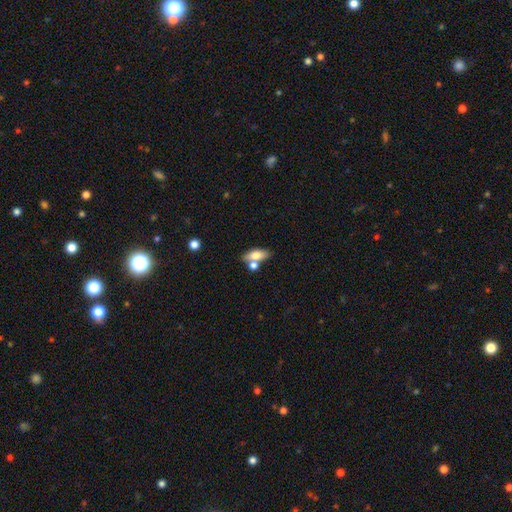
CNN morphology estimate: Smooth or featured: smooth — 69% (featured or disk — 23%)
How rounded: in between — 77% (cigar-shaped — 16%)
Merging: none — 52% (merger — 31%)